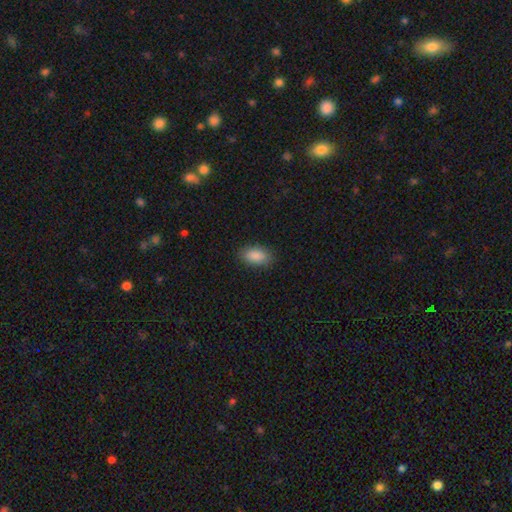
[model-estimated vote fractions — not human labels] A smooth galaxy with no disk features (89%) that is in between round and cigar-shaped (93%).

Vote fractions:
- Smooth or featured? smooth: 89% / star or artifact: 7% / featured or disk: 4%
- How rounded? in between: 93% / round: 4% / cigar-shaped: 3%
- Merging? none: 87% / minor disturbance: 9% / major disturbance: 3% / merger: 1%